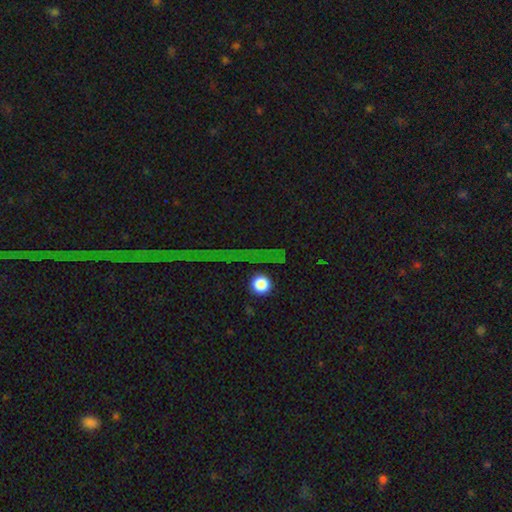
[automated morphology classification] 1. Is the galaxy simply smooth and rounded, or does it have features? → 84% star or artifact, 8% featured or disk, 8% smooth.